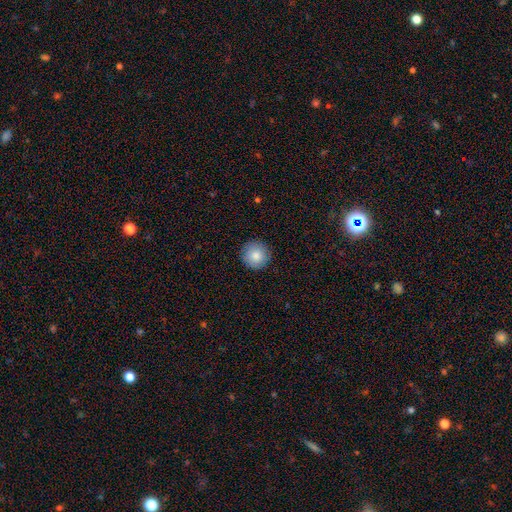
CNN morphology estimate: smooth_or_featured: smooth (p=0.83) [alt: featured or disk p=0.09]
how_rounded: round (p=0.95) [alt: in between p=0.04]
merging: none (p=0.90) [alt: minor disturbance p=0.07]